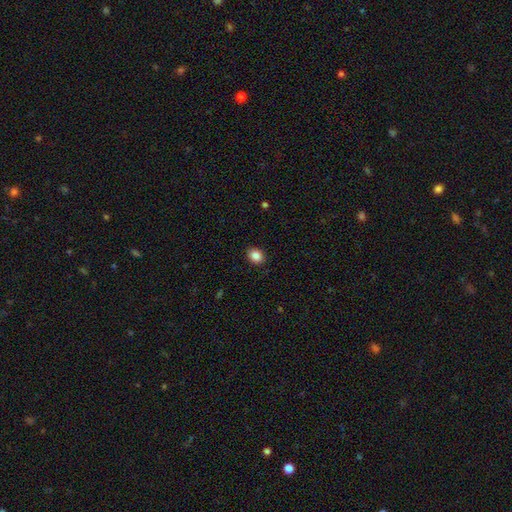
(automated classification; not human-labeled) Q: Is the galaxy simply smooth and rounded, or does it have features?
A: smooth — 87%.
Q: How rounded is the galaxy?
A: round — 52%.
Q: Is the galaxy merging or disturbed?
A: none — 90%.